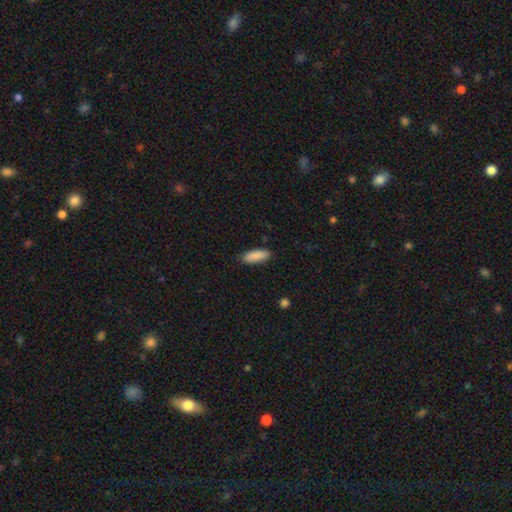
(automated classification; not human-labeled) Smooth or featured: smooth — 89% (star or artifact — 6%)
How rounded: in between — 62% (cigar-shaped — 36%)
Merging: none — 86% (minor disturbance — 11%)